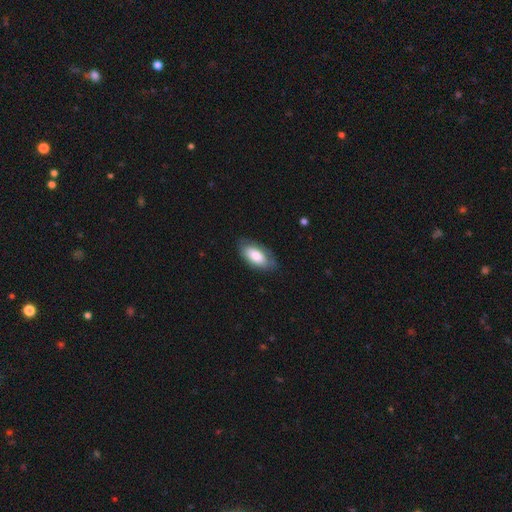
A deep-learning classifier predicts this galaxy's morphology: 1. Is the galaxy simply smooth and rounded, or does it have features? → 79% smooth, 15% featured or disk, 6% star or artifact.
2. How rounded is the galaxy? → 91% in between, 6% cigar-shaped, 2% round.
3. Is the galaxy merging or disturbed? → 77% none, 18% minor disturbance, 4% major disturbance, 1% merger.